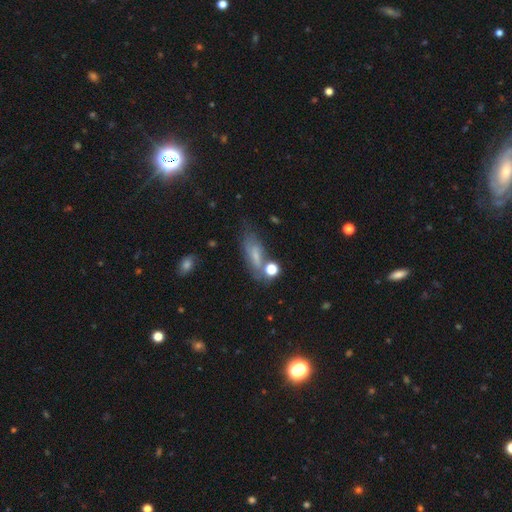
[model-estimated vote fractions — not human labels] Smooth or featured? Predicted: smooth (p=0.52). How rounded? Predicted: in between (p=0.60). Merging? Predicted: none (p=0.55).